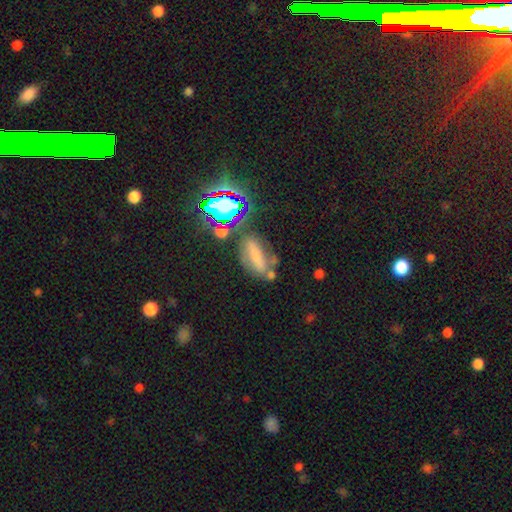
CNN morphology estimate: smooth-or-featured: smooth: 49% | featured or disk: 28% | star or artifact: 23%
  merging: none: 51% | minor disturbance: 20% | merger: 16% | major disturbance: 12%